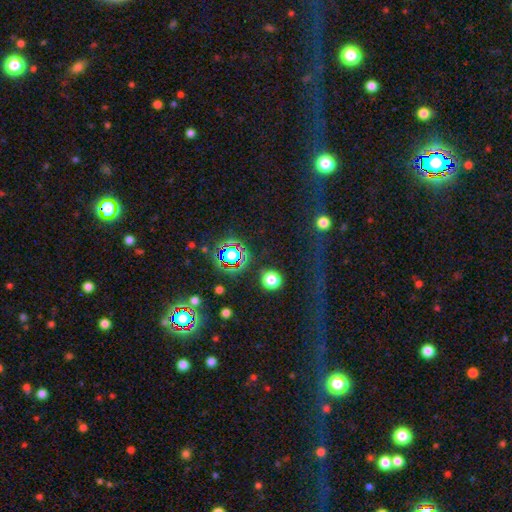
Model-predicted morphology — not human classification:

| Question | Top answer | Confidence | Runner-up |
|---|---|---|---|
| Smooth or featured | star or artifact | 72% | smooth (15%) |